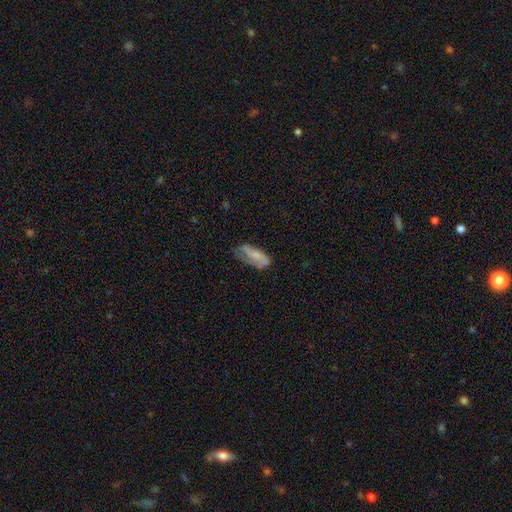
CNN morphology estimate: smooth-or-featured: smooth: 54% | featured or disk: 38% | star or artifact: 8%
  how-rounded: in between: 77% | cigar-shaped: 20% | round: 3%
  merging: none: 42% | minor disturbance: 34% | major disturbance: 21% | merger: 3%